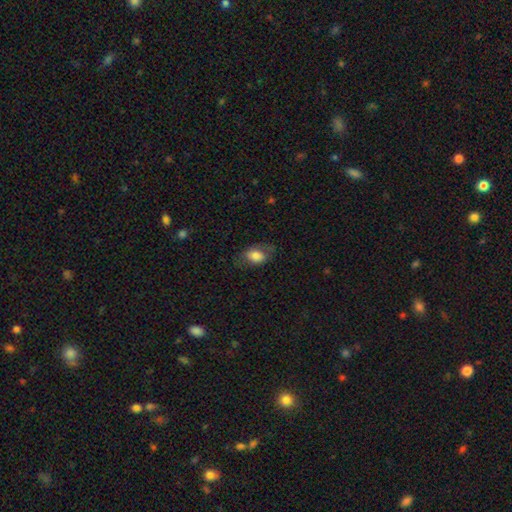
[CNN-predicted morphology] Smooth or featured?
  - smooth: 75% *
  - featured or disk: 17%
  - star or artifact: 8%
How rounded?
  - in between: 82% *
  - round: 17%
  - cigar-shaped: 2%
Merging?
  - none: 63% *
  - minor disturbance: 23%
  - major disturbance: 13%
  - merger: 1%